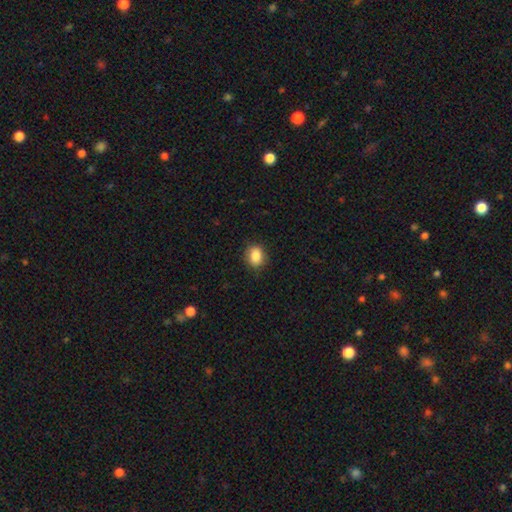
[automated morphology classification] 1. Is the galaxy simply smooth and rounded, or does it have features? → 86% smooth, 9% star or artifact, 5% featured or disk.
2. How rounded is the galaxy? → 62% in between, 36% round, 1% cigar-shaped.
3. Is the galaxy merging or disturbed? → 86% none, 11% minor disturbance, 2% major disturbance, 1% merger.